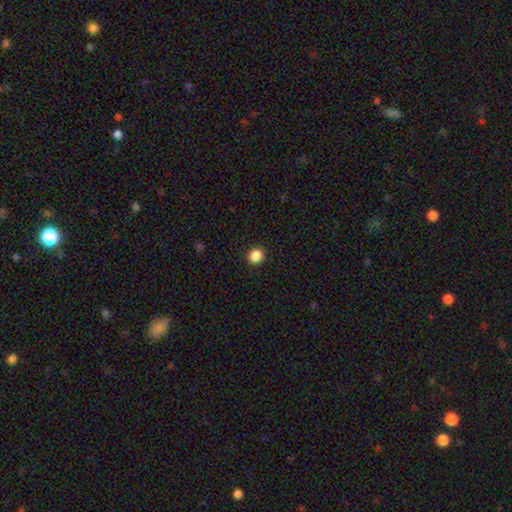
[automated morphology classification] A smooth galaxy with no disk features (87%) that is round (82%).

Vote fractions:
- Smooth or featured? smooth: 87% / star or artifact: 10% / featured or disk: 3%
- How rounded? round: 82% / in between: 17% / cigar-shaped: 1%
- Merging? none: 92% / minor disturbance: 5% / major disturbance: 2% / merger: 1%